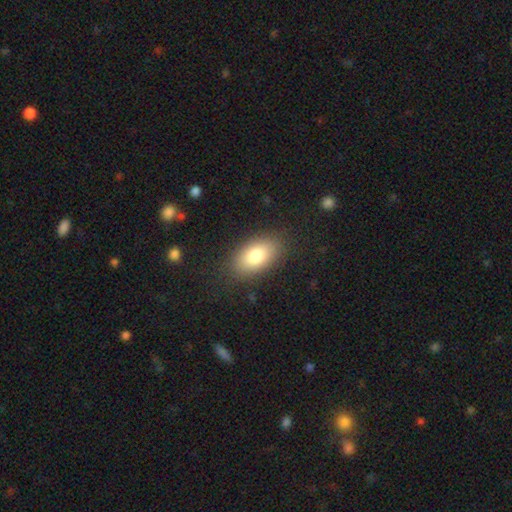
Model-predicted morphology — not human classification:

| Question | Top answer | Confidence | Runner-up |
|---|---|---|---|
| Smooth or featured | smooth | 80% | featured or disk (12%) |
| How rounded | in between | 92% | round (6%) |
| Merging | none | 85% | minor disturbance (11%) |